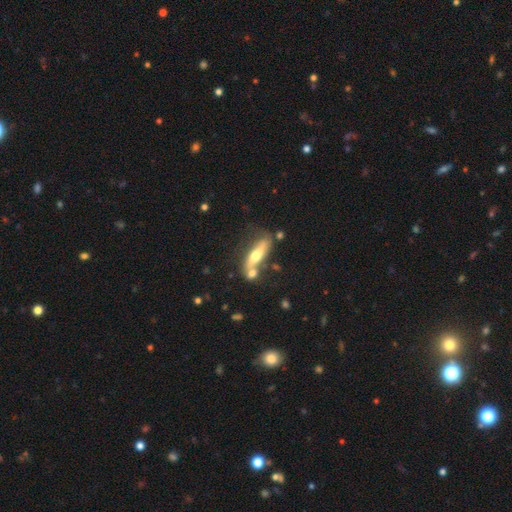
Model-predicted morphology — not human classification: Smooth or featured? smooth (47%)
Merging? none (49%)